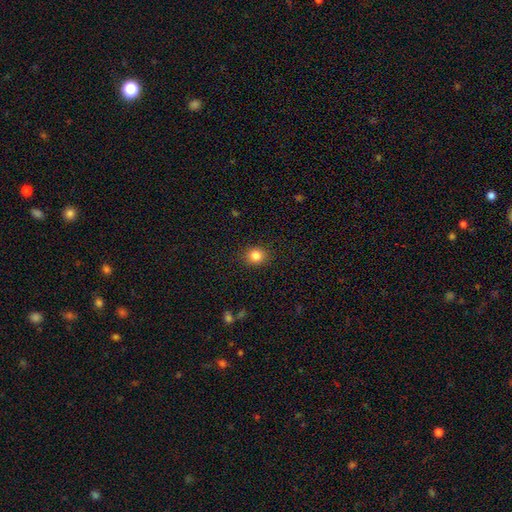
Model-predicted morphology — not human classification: Overall: smooth (84%). How rounded: round (82%). Merging: none (90%).